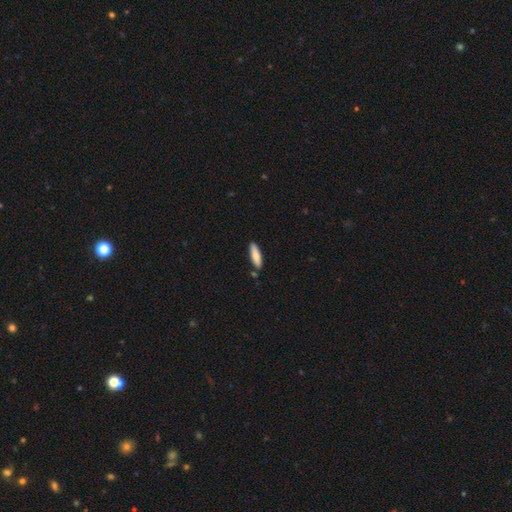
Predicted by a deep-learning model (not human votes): smooth_or_featured: smooth (p=0.81) [alt: featured or disk p=0.13]
how_rounded: cigar-shaped (p=0.54) [alt: in between p=0.44]
merging: none (p=0.83) [alt: minor disturbance p=0.11]